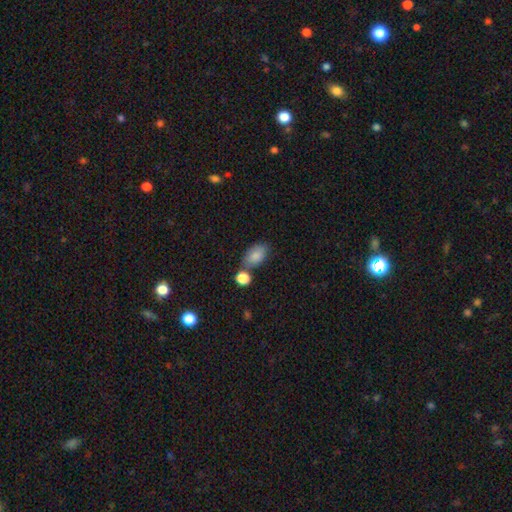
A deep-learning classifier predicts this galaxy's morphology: smooth_or_featured: smooth (p=0.84) [alt: featured or disk p=0.08]
how_rounded: in between (p=0.89) [alt: round p=0.09]
merging: none (p=0.62) [alt: minor disturbance p=0.18]